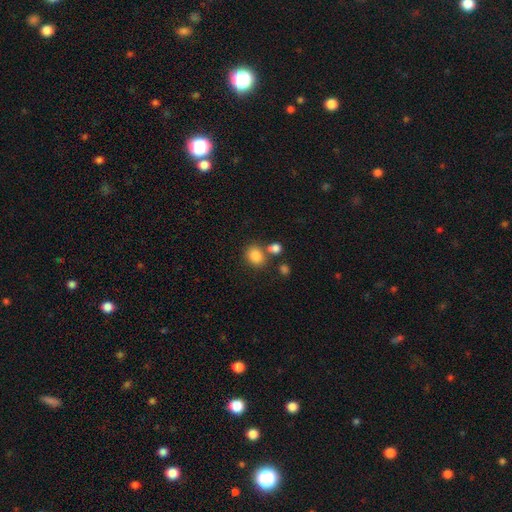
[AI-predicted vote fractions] The model was most divided on "how rounded": round: 60%, in between: 39%, cigar-shaped: 1%. More confident: smooth or featured — smooth (84%); merging — none (62%).